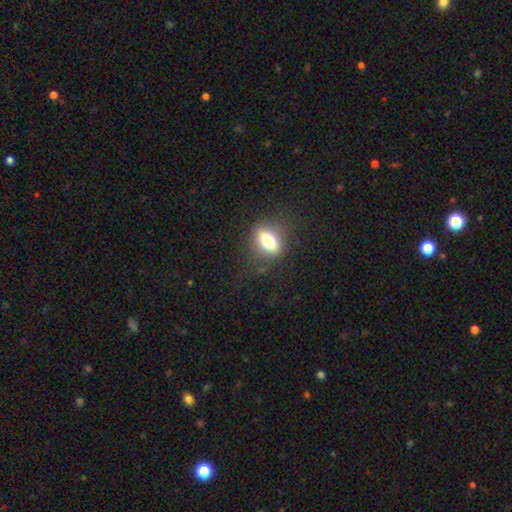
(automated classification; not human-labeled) smooth_or_featured: smooth (p=0.54) [alt: featured or disk p=0.23]
how_rounded: in between (p=0.60) [alt: round p=0.31]
merging: none (p=0.81) [alt: minor disturbance p=0.12]